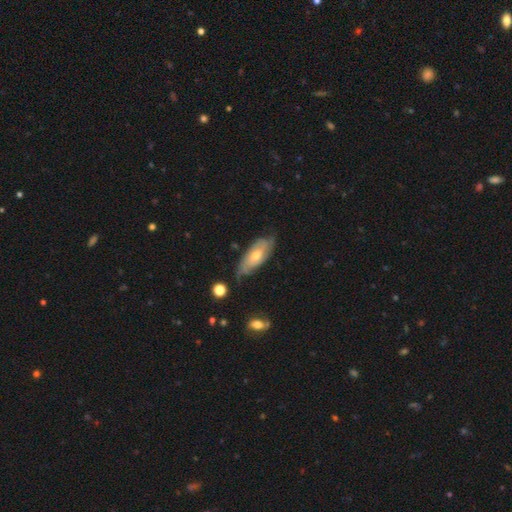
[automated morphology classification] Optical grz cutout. It shows a featured or disk galaxy (64%) with no bar (72%), spiral arms (82%) and a moderate central bulge (59%). Merging: none (67%).